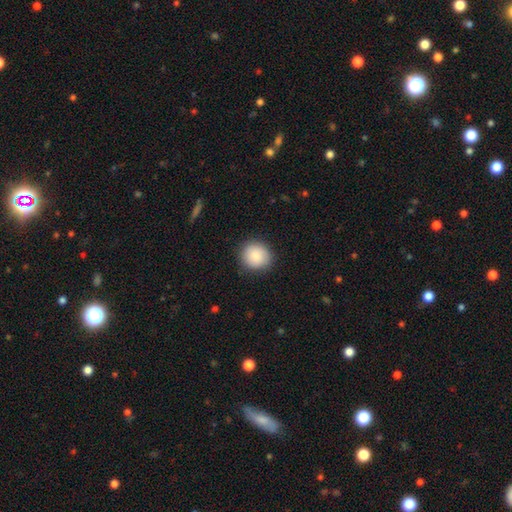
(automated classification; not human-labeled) This is clearly a smooth galaxy (87%). How rounded: clearly round (88%). Merging: clearly none (88%).